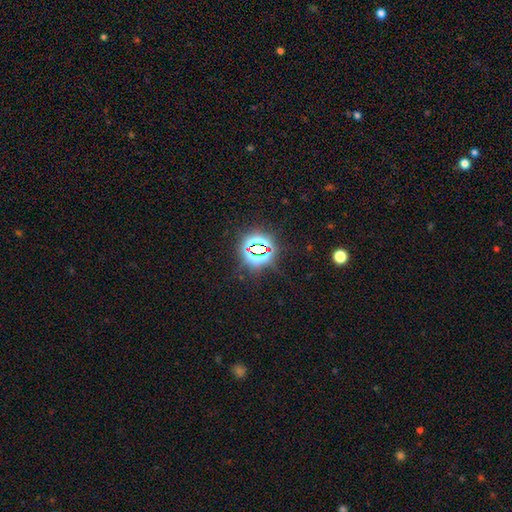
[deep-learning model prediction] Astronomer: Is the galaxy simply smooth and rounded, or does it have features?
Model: star or artifact — 79%.